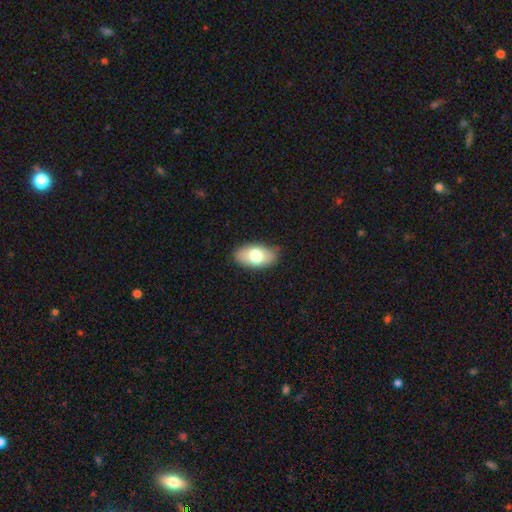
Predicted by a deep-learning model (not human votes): smooth_or_featured: smooth (p=0.71) [alt: featured or disk p=0.22]
how_rounded: in between (p=0.92) [alt: round p=0.05]
merging: none (p=0.84) [alt: minor disturbance p=0.12]